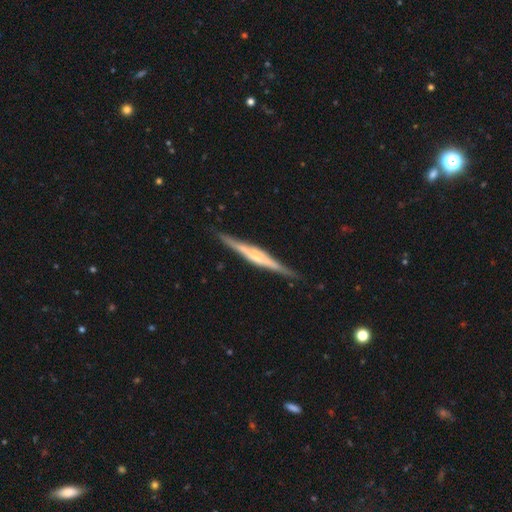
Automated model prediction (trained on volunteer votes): Smooth or featured? featured or disk (79%)
Edge-on disk? yes (98%)
Edge-on bulge? rounded (48%)
Merging? none (90%)